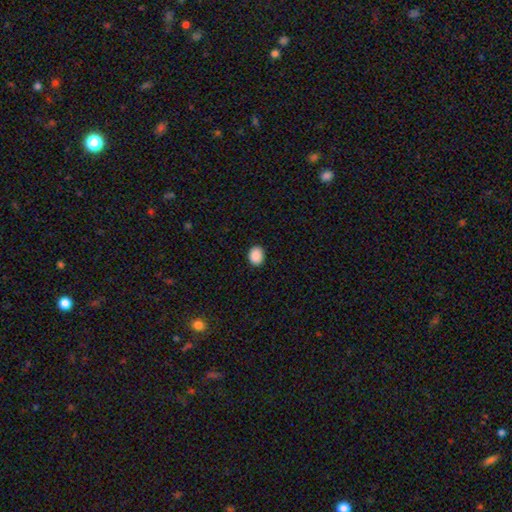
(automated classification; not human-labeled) Morphology: type=smooth (90%); roundness=in between (53%); merging=none (91%).